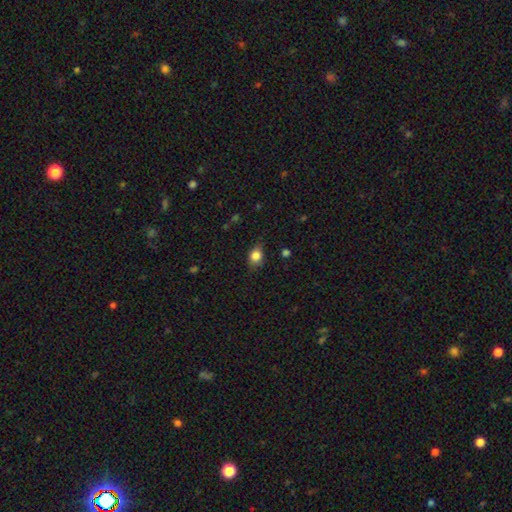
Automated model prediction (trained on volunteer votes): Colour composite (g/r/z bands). It shows a smooth galaxy with no disk features (83%) that is in between round and cigar-shaped (51%). Merging: none (72%).